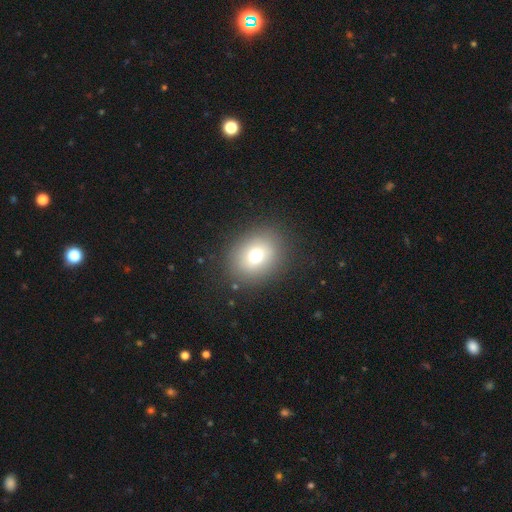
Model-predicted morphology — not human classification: Smooth or featured? Predicted: smooth (p=0.70). How rounded? Predicted: round (p=0.64). Merging? Predicted: none (p=0.85).